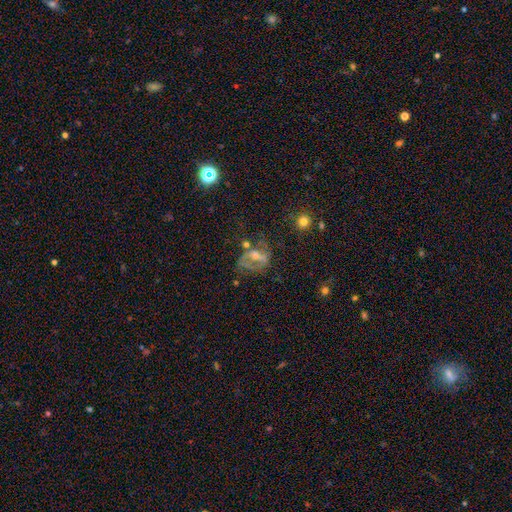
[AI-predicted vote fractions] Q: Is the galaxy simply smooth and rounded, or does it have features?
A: featured or disk — 56%.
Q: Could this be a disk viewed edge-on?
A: no — 93%.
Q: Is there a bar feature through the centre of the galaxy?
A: no — 38%.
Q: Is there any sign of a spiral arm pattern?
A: no — 54%.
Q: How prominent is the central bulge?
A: moderate — 49%.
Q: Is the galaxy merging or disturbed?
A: none — 39%.